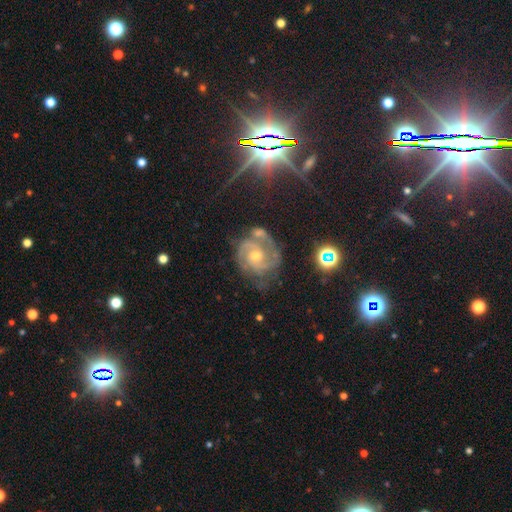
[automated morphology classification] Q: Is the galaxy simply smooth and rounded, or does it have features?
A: featured or disk — 84%.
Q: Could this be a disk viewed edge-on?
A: no — 98%.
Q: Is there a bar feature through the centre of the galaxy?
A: no — 59%.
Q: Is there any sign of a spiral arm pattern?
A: yes — 96%.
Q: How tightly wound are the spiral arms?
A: tight — 53%.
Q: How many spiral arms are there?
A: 2 — 51%.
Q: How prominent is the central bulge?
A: moderate — 54%.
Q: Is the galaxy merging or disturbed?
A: none — 60%.